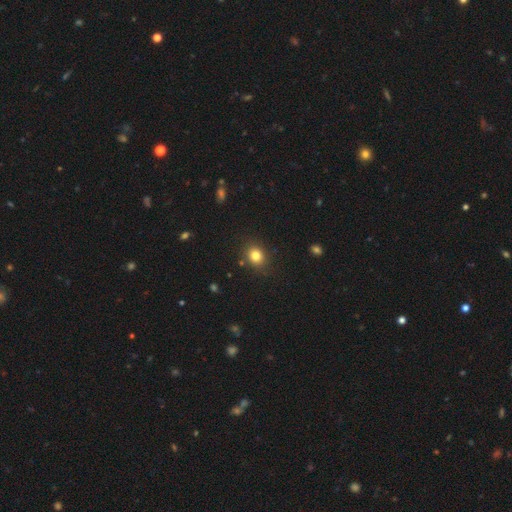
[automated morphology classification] Overall: smooth (81%). How rounded: round (65%; in between 34%). Merging: none (85%).